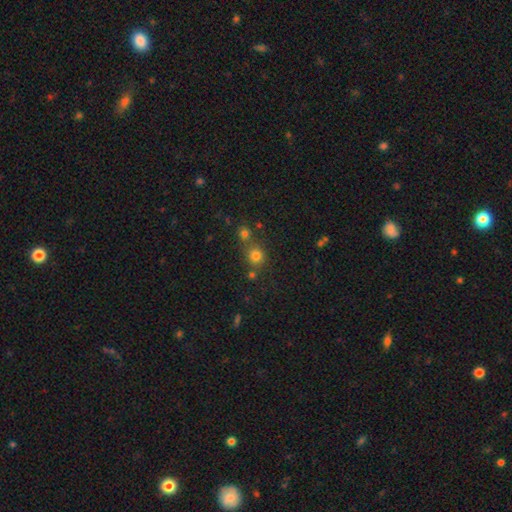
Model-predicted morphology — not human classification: Smooth or featured? smooth (75%)
How rounded? round (87%)
Merging? none (63%)